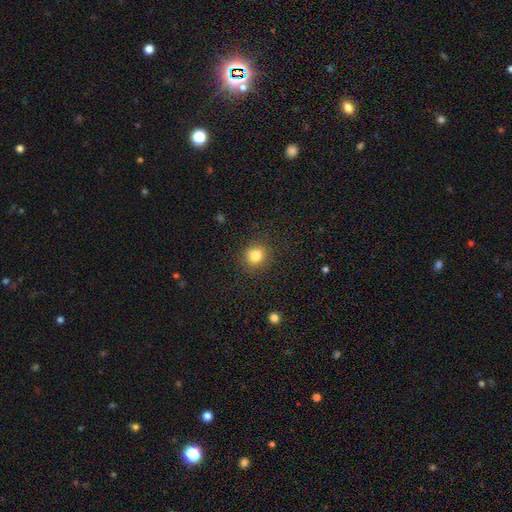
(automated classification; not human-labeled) smooth_or_featured: smooth (p=0.80) [alt: star or artifact p=0.13]
how_rounded: round (p=0.80) [alt: in between p=0.19]
merging: none (p=0.83) [alt: minor disturbance p=0.11]